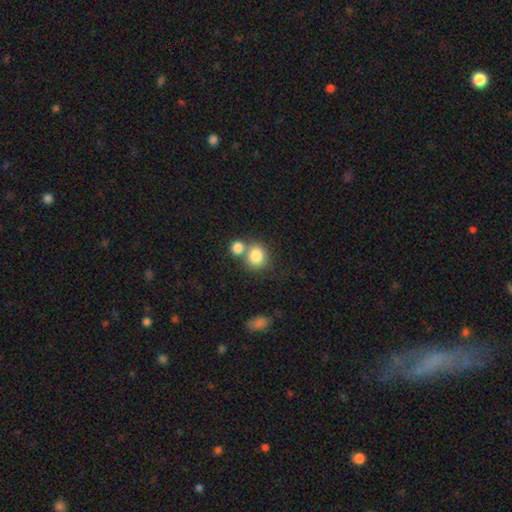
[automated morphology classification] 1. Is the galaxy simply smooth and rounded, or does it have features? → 83% smooth, 9% star or artifact, 8% featured or disk.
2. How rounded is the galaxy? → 77% round, 22% in between, 1% cigar-shaped.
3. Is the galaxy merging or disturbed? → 48% none, 40% merger, 9% minor disturbance, 3% major disturbance.